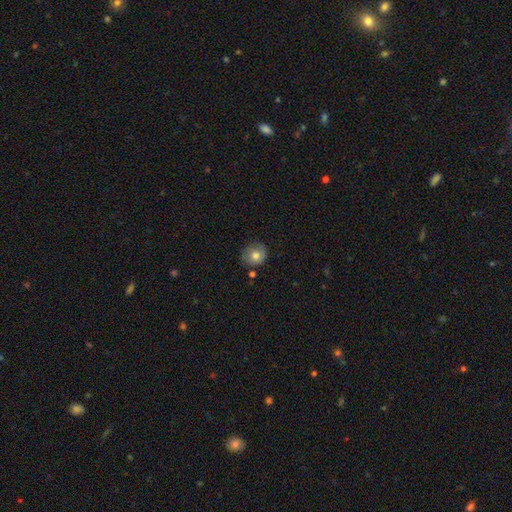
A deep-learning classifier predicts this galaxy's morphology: This appears to be a smooth galaxy with no disk features (74%) that is round (83%). Merging: none (70%).